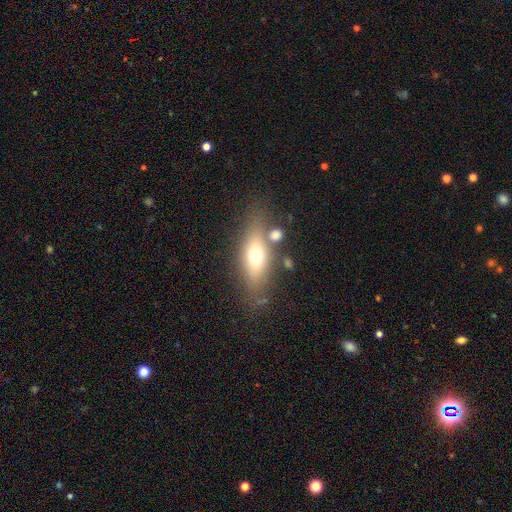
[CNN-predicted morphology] This is possibly a smooth galaxy (59%). How rounded: likely in between (67%). Merging: likely none (69%).